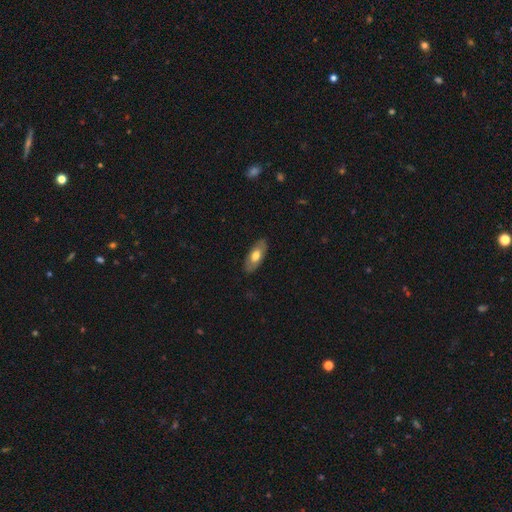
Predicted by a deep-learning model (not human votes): Q: Smooth or featured?
A: smooth (62%); runner-up: featured or disk (32%)
Q: How rounded?
A: in between (85%); runner-up: cigar-shaped (12%)
Q: Merging?
A: none (86%); runner-up: minor disturbance (11%)